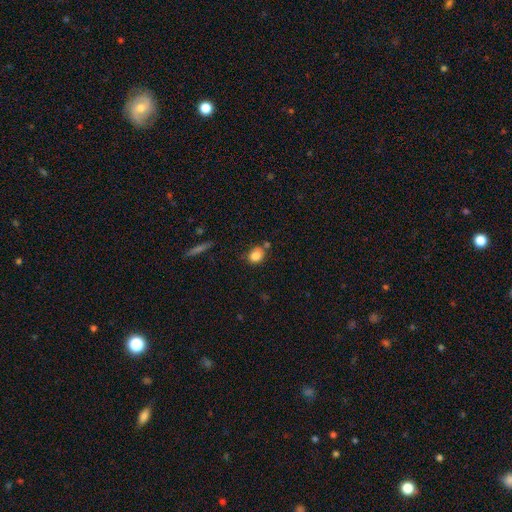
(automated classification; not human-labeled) smooth-or-featured: smooth: 83% | star or artifact: 9% | featured or disk: 8%
  how-rounded: round: 60% | in between: 38% | cigar-shaped: 2%
  merging: none: 67% | minor disturbance: 17% | merger: 12% | major disturbance: 4%